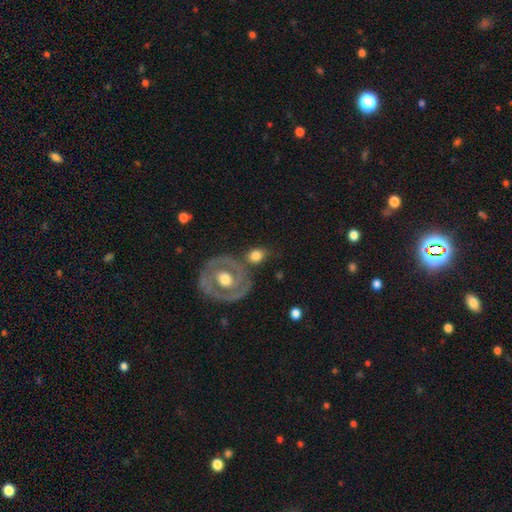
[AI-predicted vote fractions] Smooth or featured? Predicted: smooth (p=0.65). How rounded? Predicted: round (p=0.64). Merging? Predicted: none (p=0.61).